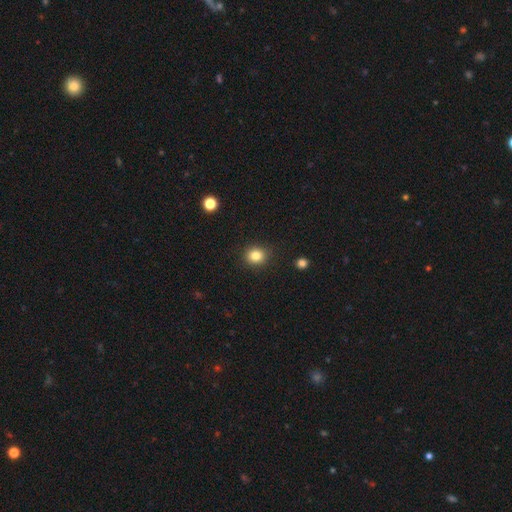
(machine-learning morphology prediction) This appears to be a smooth galaxy with no disk features (83%) that is round (81%). Merging: none (89%).